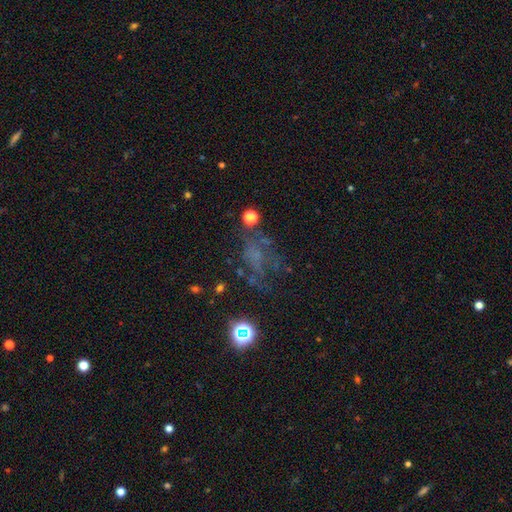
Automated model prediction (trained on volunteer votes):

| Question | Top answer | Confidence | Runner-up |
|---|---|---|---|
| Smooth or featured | featured or disk | 40% | star or artifact (33%) |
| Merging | none | 46% | major disturbance (29%) |